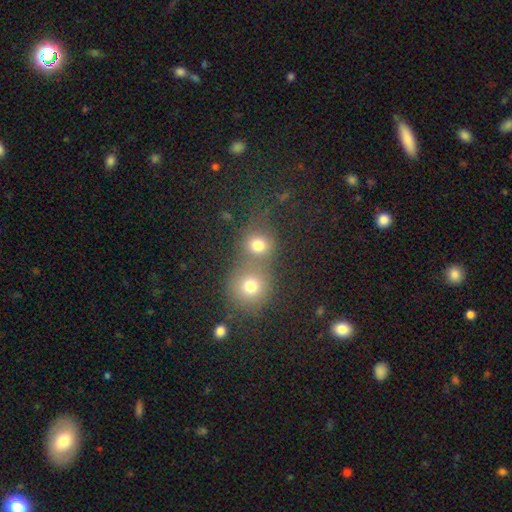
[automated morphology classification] A smooth galaxy with no disk features (58%) that is round (85%). Merging: none (50%).